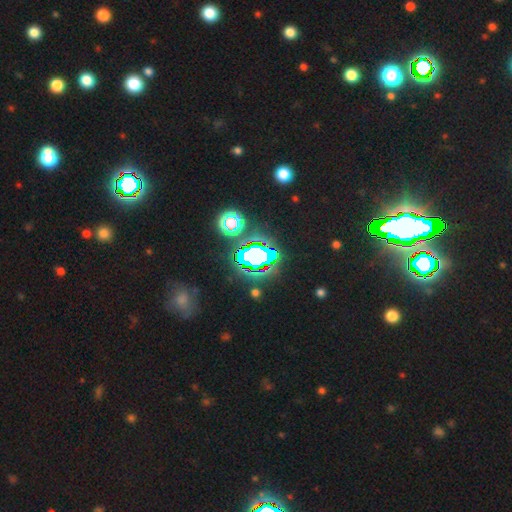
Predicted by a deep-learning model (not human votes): Smooth or featured? Predicted: star or artifact (p=0.58).